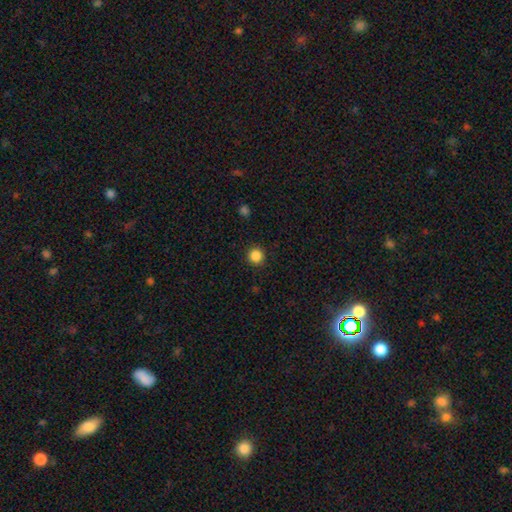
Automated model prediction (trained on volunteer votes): This is clearly a smooth galaxy (86%). How rounded: clearly round (95%). Merging: clearly none (92%).